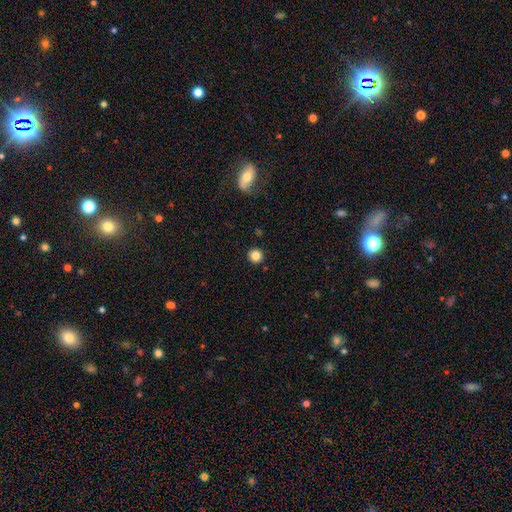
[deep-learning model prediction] The model was most divided on "smooth or featured": smooth: 84%, star or artifact: 11%, featured or disk: 5%. More confident: how rounded — round (95%); merging — none (91%).